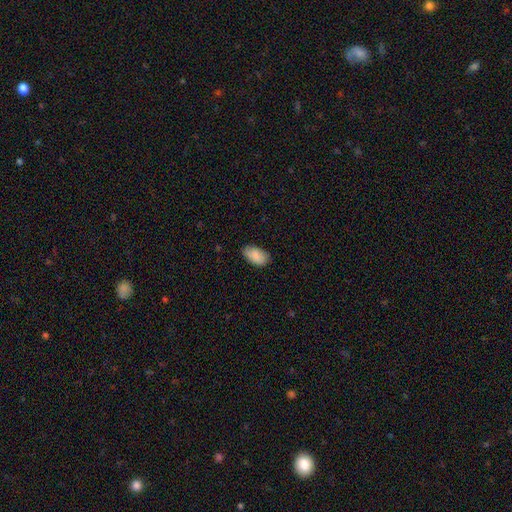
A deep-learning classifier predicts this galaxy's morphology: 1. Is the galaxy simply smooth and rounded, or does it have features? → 89% smooth, 6% star or artifact, 5% featured or disk.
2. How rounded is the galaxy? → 94% in between, 4% round, 2% cigar-shaped.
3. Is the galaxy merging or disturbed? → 80% none, 17% minor disturbance, 3% major disturbance, 1% merger.